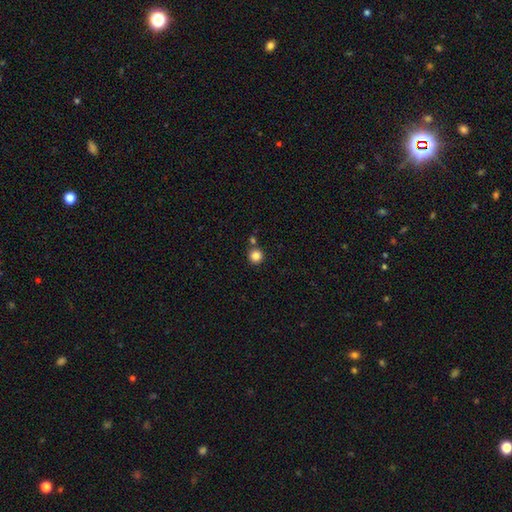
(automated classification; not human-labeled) Smooth or featured? Predicted: smooth (p=0.85). How rounded? Predicted: round (p=0.95). Merging? Predicted: none (p=0.79).